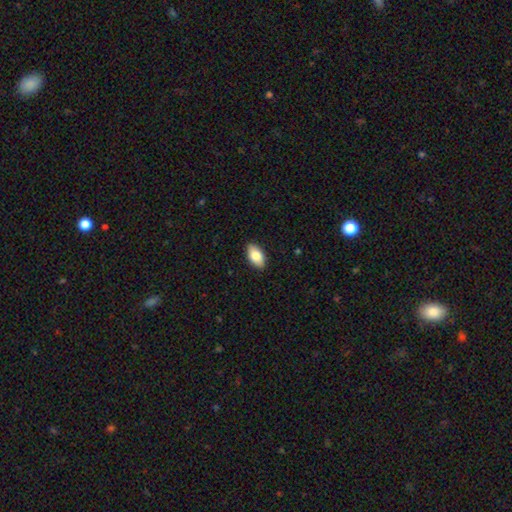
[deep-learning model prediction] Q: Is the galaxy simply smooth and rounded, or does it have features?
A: smooth — 81%.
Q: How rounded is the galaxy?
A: in between — 93%.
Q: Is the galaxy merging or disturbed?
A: none — 89%.